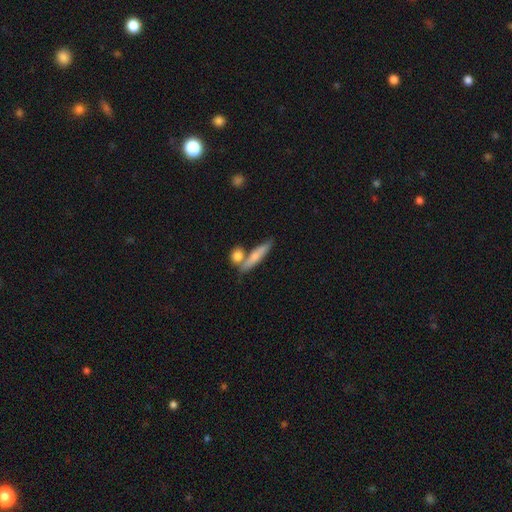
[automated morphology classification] Smooth or featured? smooth (67%)
How rounded? cigar-shaped (75%)
Merging? none (60%)